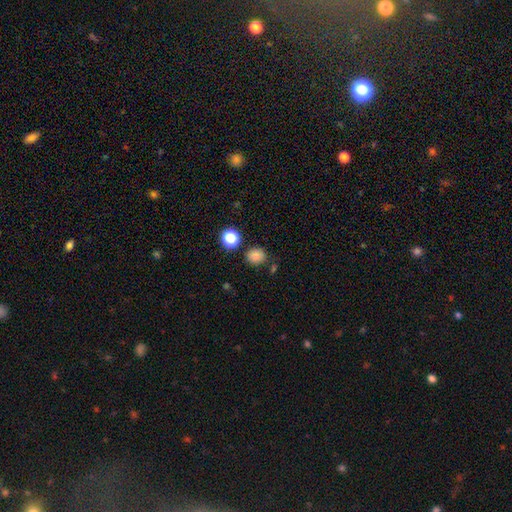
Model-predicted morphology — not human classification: Smooth or featured: smooth — 81% (star or artifact — 14%)
How rounded: round — 71% (in between — 28%)
Merging: none — 79% (minor disturbance — 11%)